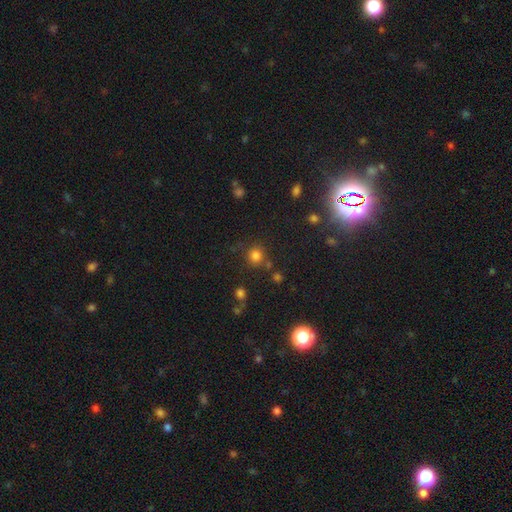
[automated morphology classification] Smooth or featured? Predicted: smooth (p=0.79). How rounded? Predicted: round (p=0.90). Merging? Predicted: none (p=0.75).